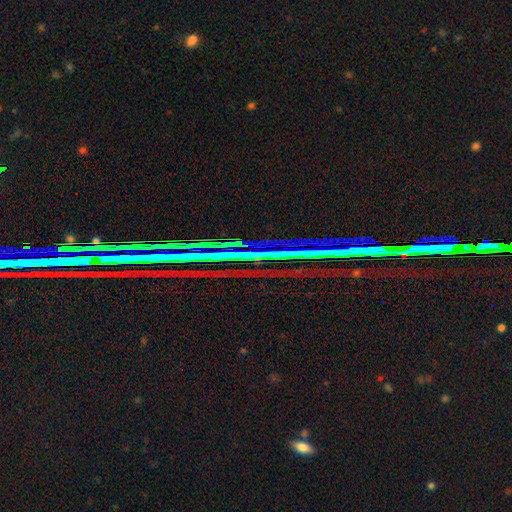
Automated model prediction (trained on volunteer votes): smooth-or-featured: star or artifact: 83% | featured or disk: 10% | smooth: 7%